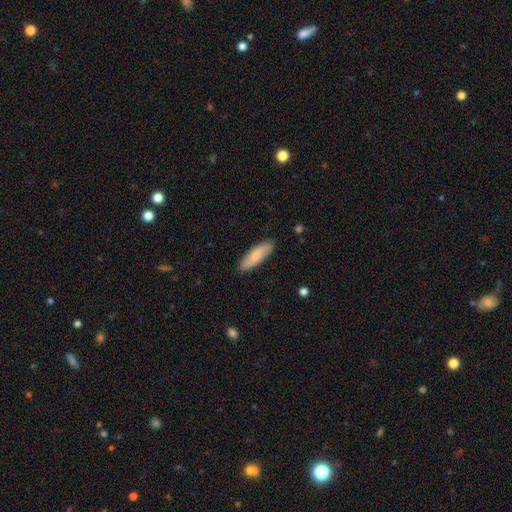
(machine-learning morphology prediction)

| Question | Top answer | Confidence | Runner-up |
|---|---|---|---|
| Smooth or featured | smooth | 73% | featured or disk (22%) |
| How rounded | in between | 50% | cigar-shaped (48%) |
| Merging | none | 87% | minor disturbance (10%) |